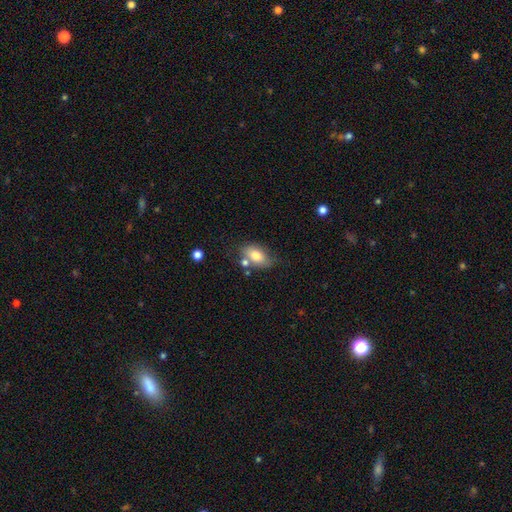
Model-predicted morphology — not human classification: The model was most divided on "merging": none: 59%, minor disturbance: 20%, merger: 15%, major disturbance: 6%. More confident: how rounded — in between (88%); smooth or featured — smooth (77%).